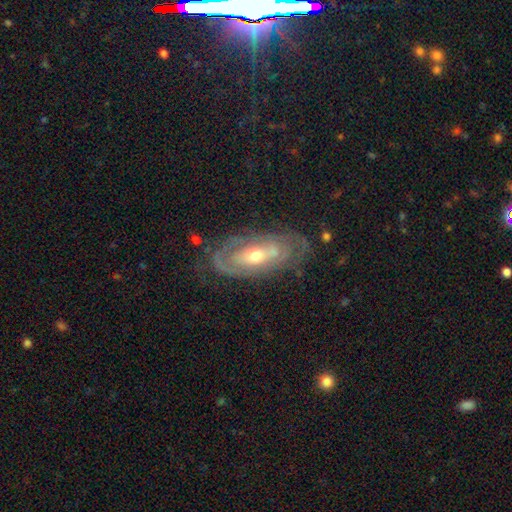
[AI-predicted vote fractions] smooth-or-featured: featured or disk: 82% | smooth: 11% | star or artifact: 6%
  disk-edge-on: no: 90% | yes: 10%
    bar: no: 56% | weak: 30% | strong: 14%
    has-spiral-arms: yes: 82% | no: 18%
      spiral-winding: tight: 66% | medium: 25% | loose: 9%
      spiral-arm-count: 2: 43% | can't tell: 38% | 3: 7% | 1: 6% | 4: 3% | more than 4: 3%
    bulge-size: moderate: 63% | small: 31% | large: 3% | none: 1% | dominant: 1%
  merging: none: 73% | minor disturbance: 17% | major disturbance: 8% | merger: 2%